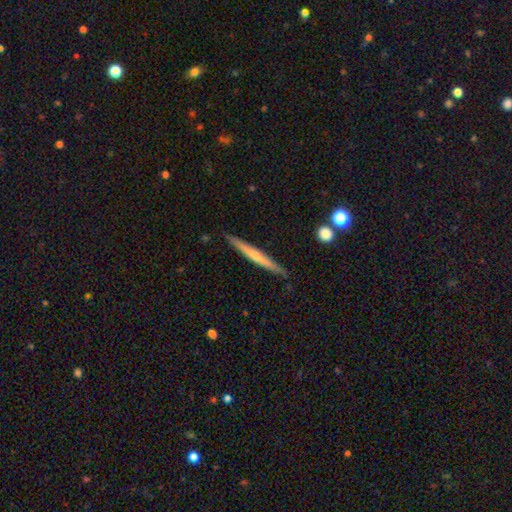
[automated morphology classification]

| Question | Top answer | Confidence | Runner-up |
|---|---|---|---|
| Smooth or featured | featured or disk | 60% | smooth (34%) |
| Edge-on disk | yes | 97% | no (3%) |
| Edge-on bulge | rounded | 59% | none (36%) |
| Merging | none | 89% | minor disturbance (8%) |